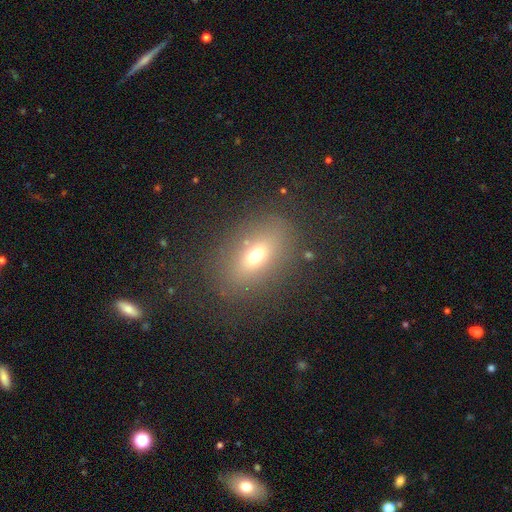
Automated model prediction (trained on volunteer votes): A smooth galaxy with no disk features (66%) that is in between round and cigar-shaped (76%).

Vote fractions:
- Smooth or featured? smooth: 66% / featured or disk: 19% / star or artifact: 16%
- How rounded? in between: 76% / round: 19% / cigar-shaped: 4%
- Merging? none: 80% / minor disturbance: 11% / major disturbance: 7% / merger: 2%